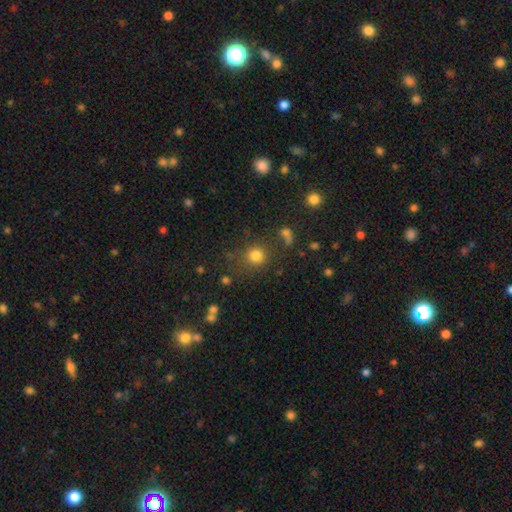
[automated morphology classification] Smooth or featured?
  - smooth: 79% *
  - star or artifact: 15%
  - featured or disk: 6%
How rounded?
  - round: 88% *
  - in between: 11%
  - cigar-shaped: 1%
Merging?
  - none: 75% *
  - minor disturbance: 11%
  - merger: 7%
  - major disturbance: 6%